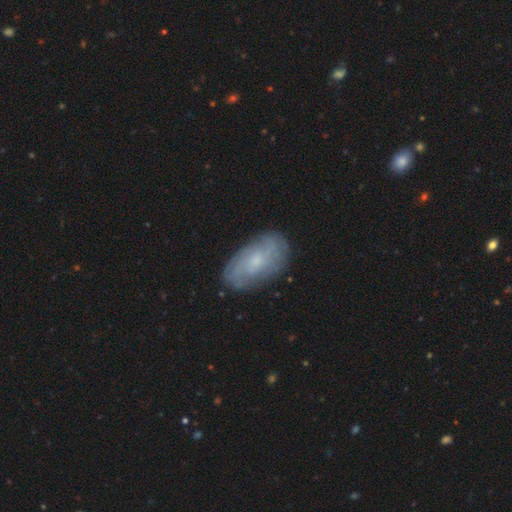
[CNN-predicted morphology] Q: Smooth or featured?
A: featured or disk (49%); runner-up: smooth (39%)
Q: Merging?
A: none (82%); runner-up: minor disturbance (13%)